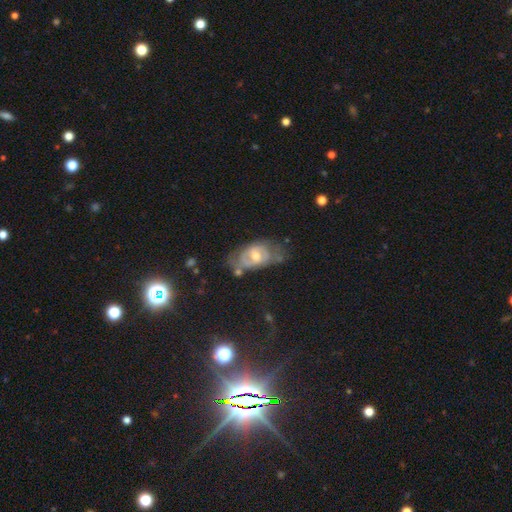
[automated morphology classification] Smooth or featured? Predicted: featured or disk (p=0.67). Edge-on disk? Predicted: no (p=0.93). Bar? Predicted: no (p=0.52). Spiral arms? Predicted: yes (p=0.67). Bulge size? Predicted: moderate (p=0.70). Merging? Predicted: none (p=0.47).